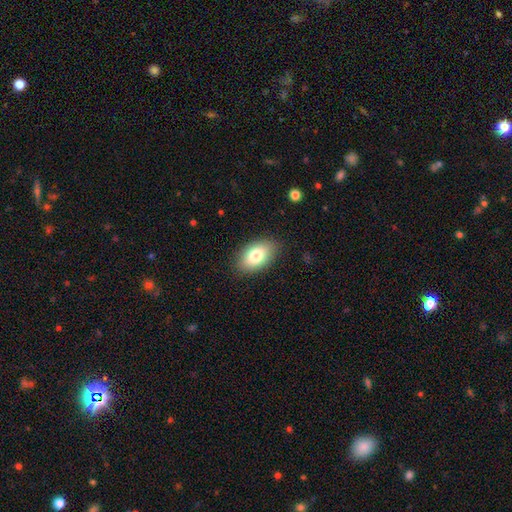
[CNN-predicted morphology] type=smooth (80%); roundness=in between (93%); merging=none (86%).